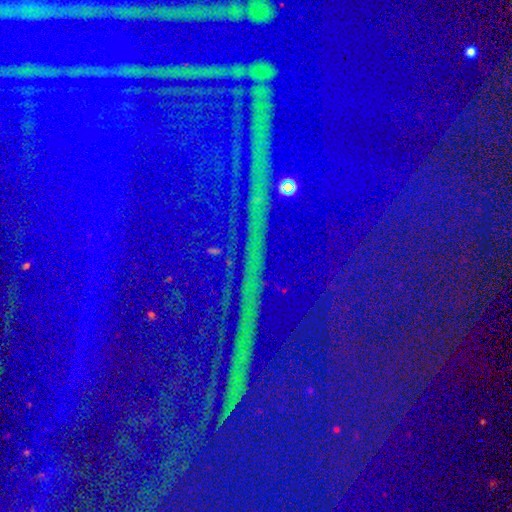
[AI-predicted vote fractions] Smooth or featured: star or artifact — 88% (featured or disk — 6%)